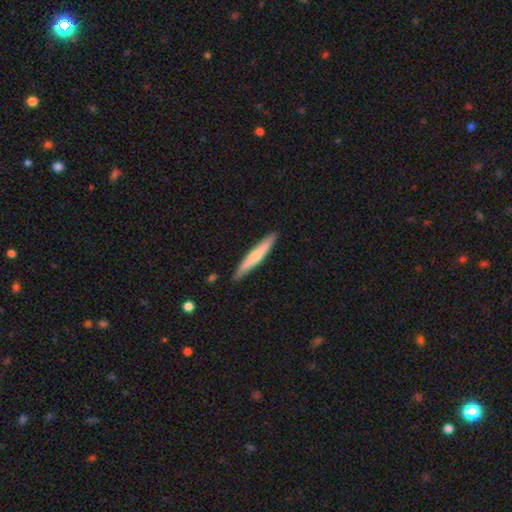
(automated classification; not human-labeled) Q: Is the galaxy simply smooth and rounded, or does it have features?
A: smooth — 61%.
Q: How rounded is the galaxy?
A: cigar-shaped — 94%.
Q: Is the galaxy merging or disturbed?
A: none — 88%.